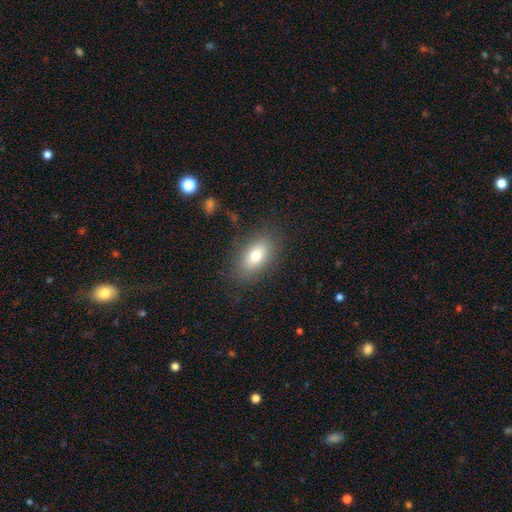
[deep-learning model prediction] Smooth or featured? smooth (76%)
How rounded? in between (87%)
Merging? none (84%)